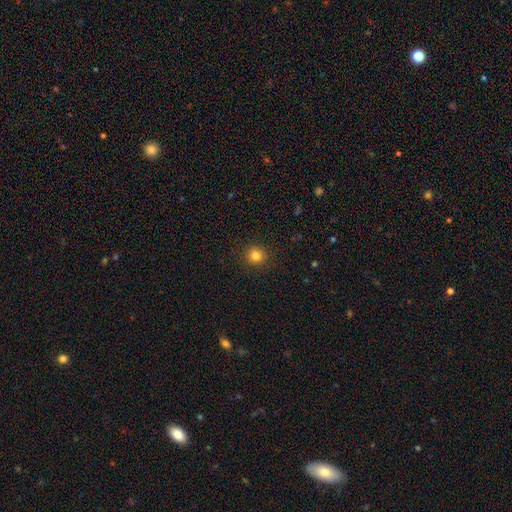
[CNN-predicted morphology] Smooth or featured?
  - smooth: 82% *
  - star or artifact: 13%
  - featured or disk: 6%
How rounded?
  - round: 87% *
  - in between: 12%
  - cigar-shaped: 1%
Merging?
  - none: 90% *
  - minor disturbance: 6%
  - major disturbance: 2%
  - merger: 1%